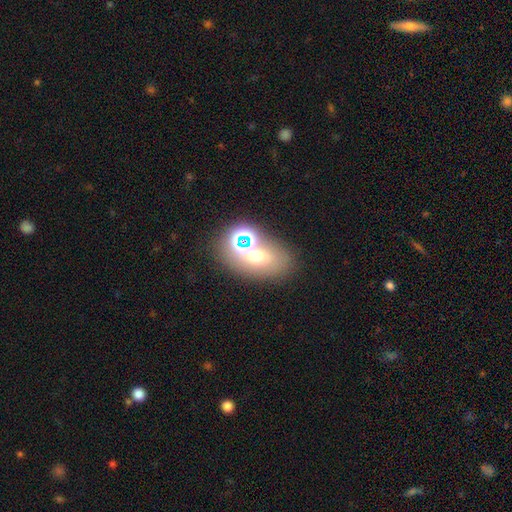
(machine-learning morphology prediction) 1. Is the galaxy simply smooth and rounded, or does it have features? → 50% smooth, 29% star or artifact, 21% featured or disk.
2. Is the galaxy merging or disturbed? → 53% none, 28% merger, 12% minor disturbance, 7% major disturbance.